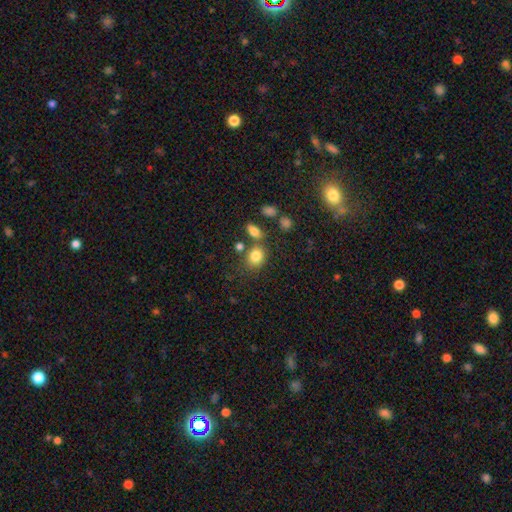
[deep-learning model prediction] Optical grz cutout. It shows a smooth galaxy with no disk features (81%) that is round (53%). Merging: none (64%).